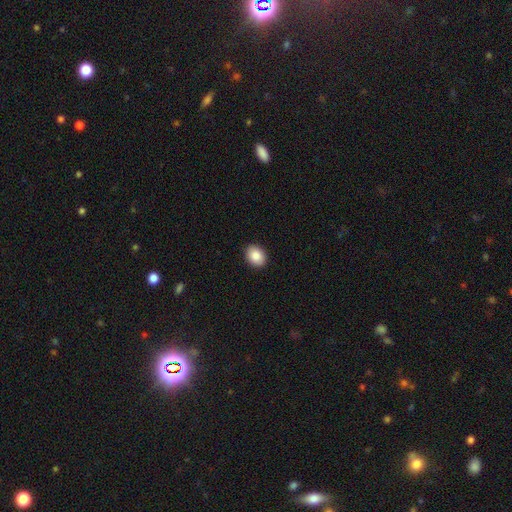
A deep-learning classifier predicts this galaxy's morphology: smooth-or-featured: smooth: 88% | star or artifact: 7% | featured or disk: 5%
  how-rounded: in between: 62% | round: 37% | cigar-shaped: 1%
  merging: none: 91% | minor disturbance: 7% | major disturbance: 2% | merger: 1%